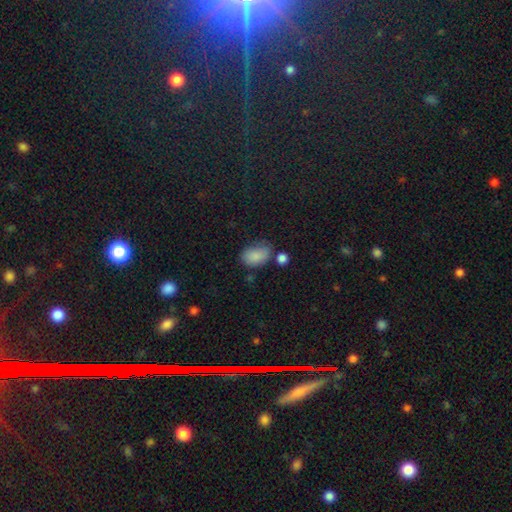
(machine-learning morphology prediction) smooth 85%, star or artifact 8%, featured or disk 6%. Down the decision tree: how rounded — in between (84%); merging — none (54%).